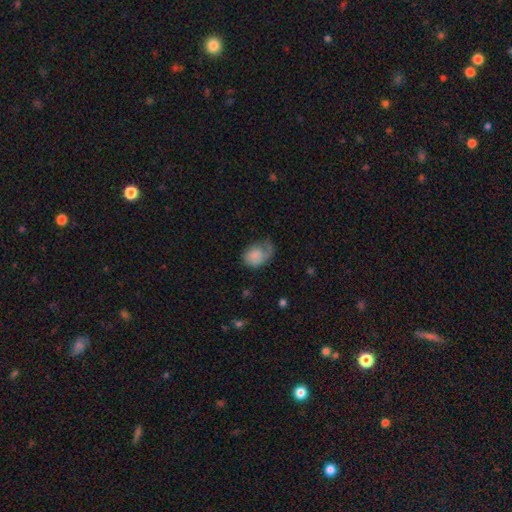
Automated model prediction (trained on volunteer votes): smooth_or_featured: smooth (p=0.57) [alt: featured or disk p=0.35]
how_rounded: in between (p=0.72) [alt: round p=0.27]
merging: major disturbance (p=0.35) [alt: none p=0.34]